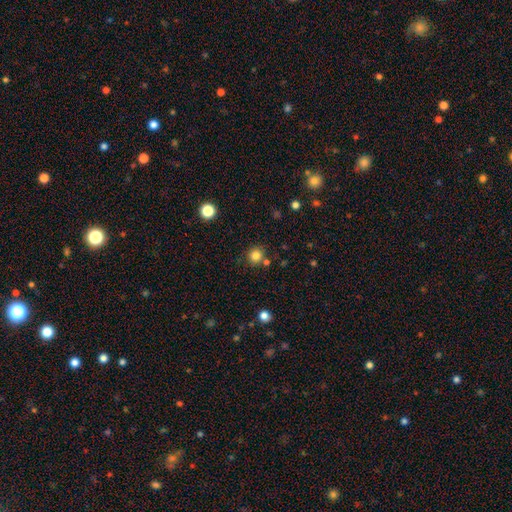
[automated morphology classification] smooth 82%, star or artifact 12%, featured or disk 5%. Down the decision tree: how rounded — round (89%); merging — none (79%).